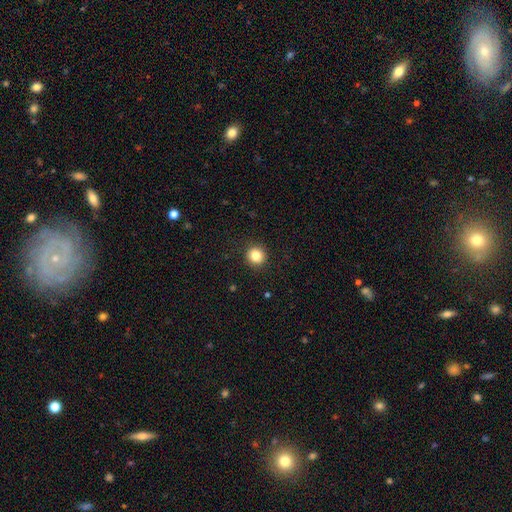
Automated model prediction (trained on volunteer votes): Smooth or featured: smooth — 84% (star or artifact — 11%)
How rounded: round — 92% (in between — 7%)
Merging: none — 92% (minor disturbance — 5%)